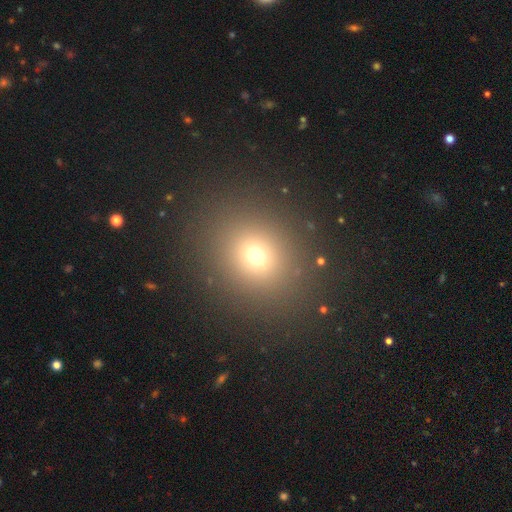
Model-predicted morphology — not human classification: A smooth galaxy with no disk features (68%) that is round (76%). Merging: none (87%).